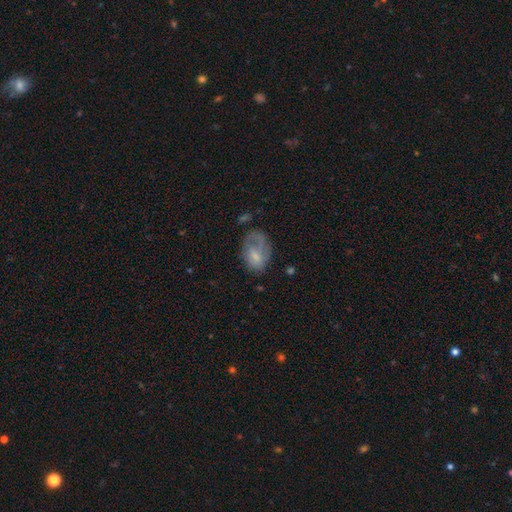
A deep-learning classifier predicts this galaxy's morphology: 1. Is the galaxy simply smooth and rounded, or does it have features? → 58% smooth, 34% featured or disk, 8% star or artifact.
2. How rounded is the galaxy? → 83% in between, 16% round, 1% cigar-shaped.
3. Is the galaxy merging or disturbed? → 37% none, 32% major disturbance, 28% minor disturbance, 3% merger.